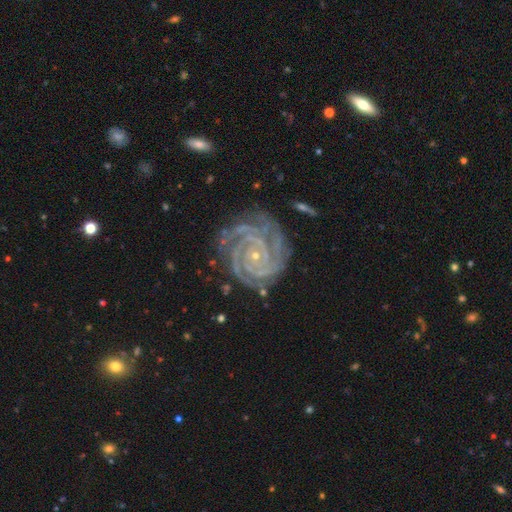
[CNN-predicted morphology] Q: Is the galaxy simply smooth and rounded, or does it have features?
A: featured or disk — 91%.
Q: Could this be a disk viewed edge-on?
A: no — 98%.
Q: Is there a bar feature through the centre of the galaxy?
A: no — 71%.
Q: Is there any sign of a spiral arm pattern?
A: yes — 99%.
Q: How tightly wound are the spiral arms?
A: tight — 84%.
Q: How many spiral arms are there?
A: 3 — 29%.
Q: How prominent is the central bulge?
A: small — 84%.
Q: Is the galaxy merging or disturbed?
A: none — 75%.